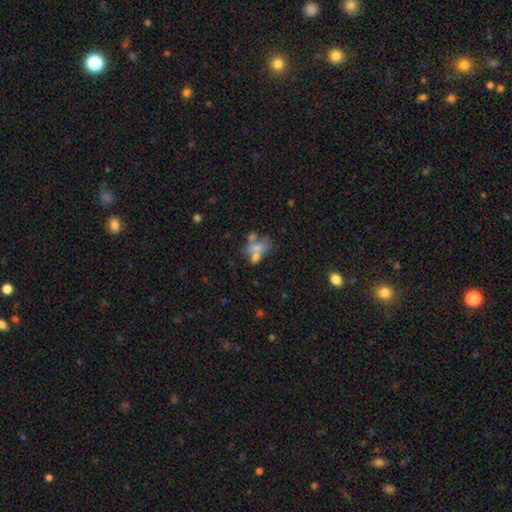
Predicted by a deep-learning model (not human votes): smooth 54%, featured or disk 32%, star or artifact 14%. Down the decision tree: how rounded — in between (77%); merging — merger (50%).